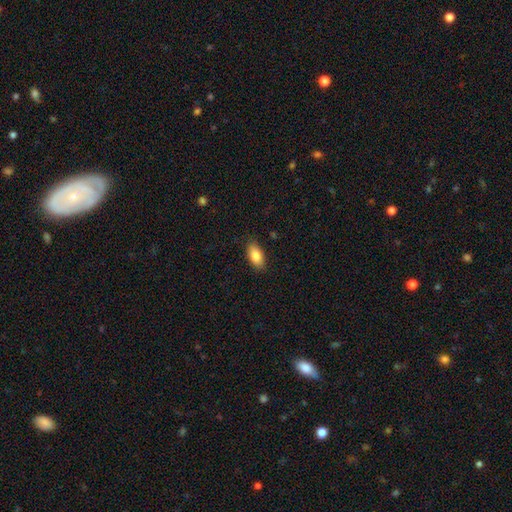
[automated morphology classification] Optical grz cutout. It shows a smooth galaxy with no disk features (85%) that is in between round and cigar-shaped (90%). Merging: none (86%).